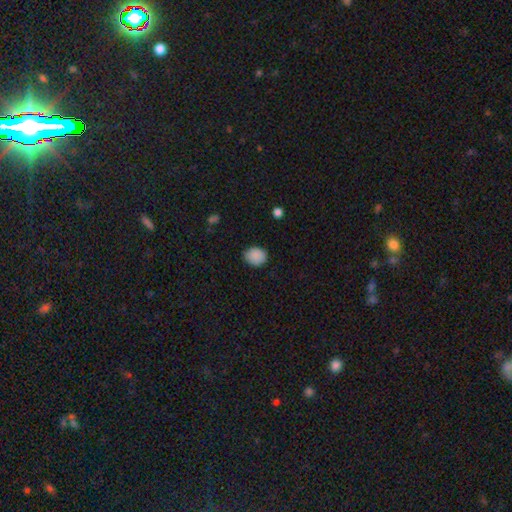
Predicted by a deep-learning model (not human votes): This is clearly a smooth galaxy (88%). How rounded: possibly round (53%). Merging: clearly none (82%).